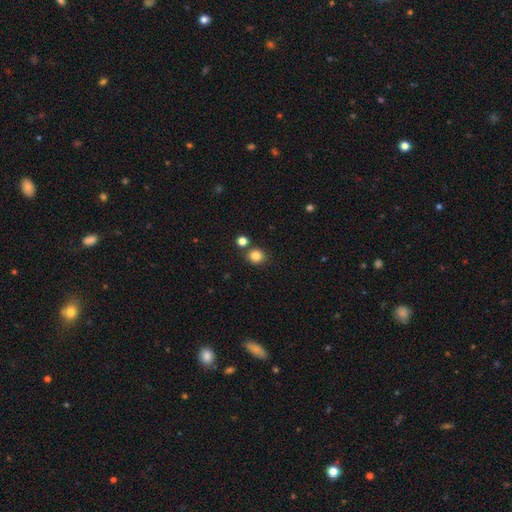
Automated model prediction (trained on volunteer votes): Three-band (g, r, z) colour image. It shows a smooth galaxy with no disk features (83%) that is round (85%). Merging: none (79%).